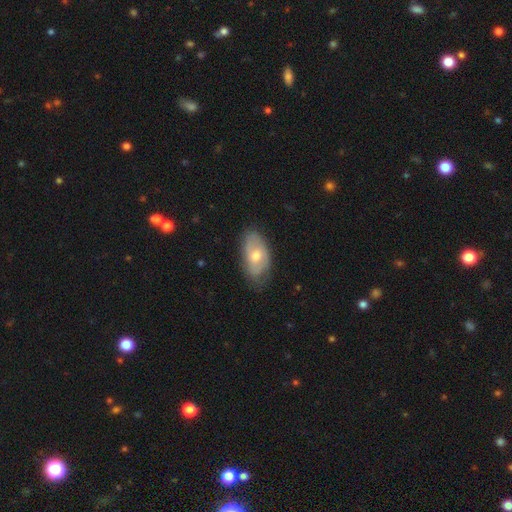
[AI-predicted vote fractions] Q: Smooth or featured?
A: smooth (53%); runner-up: featured or disk (41%)
Q: How rounded?
A: in between (92%); runner-up: round (6%)
Q: Merging?
A: none (67%); runner-up: minor disturbance (26%)